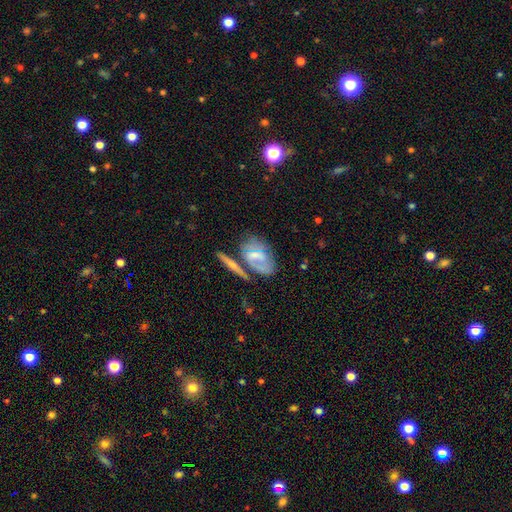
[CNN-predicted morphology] Q: Smooth or featured?
A: featured or disk (52%); runner-up: smooth (41%)
Q: Edge-on disk?
A: no (85%); runner-up: yes (15%)
Q: Merging?
A: none (45%); runner-up: merger (22%)